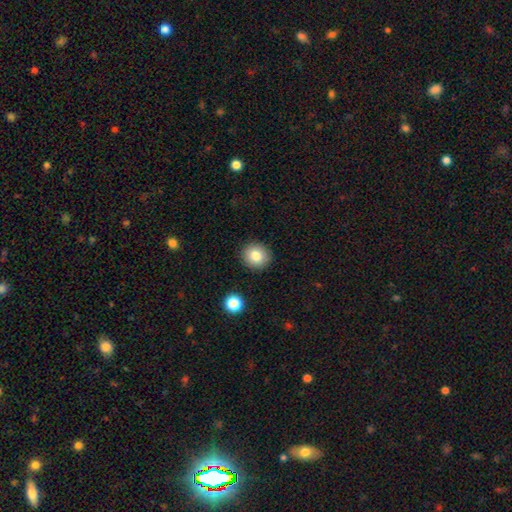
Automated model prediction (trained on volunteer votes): Overall: smooth (81%). How rounded: round (91%). Merging: none (90%).